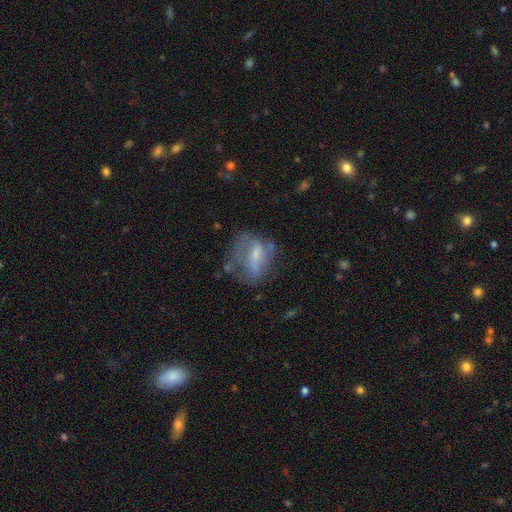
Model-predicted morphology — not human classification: Smooth or featured? Predicted: featured or disk (p=0.53). Edge-on disk? Predicted: no (p=0.95). Bar? Predicted: weak (p=0.42). Spiral arms? Predicted: no (p=0.51). Bulge size? Predicted: small (p=0.48). Merging? Predicted: none (p=0.37).